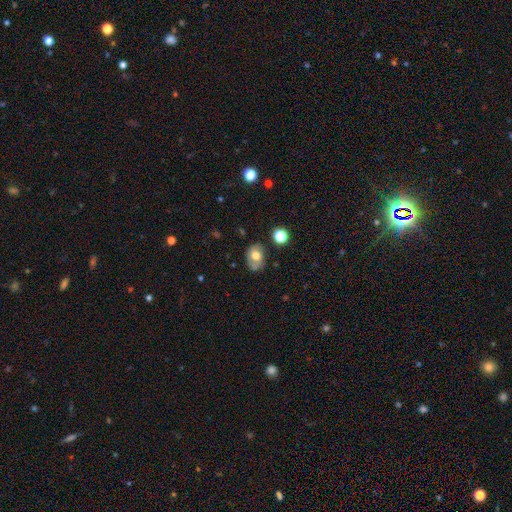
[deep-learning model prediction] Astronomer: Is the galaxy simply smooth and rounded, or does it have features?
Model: smooth — 59%.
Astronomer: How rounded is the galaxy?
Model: in between — 69%.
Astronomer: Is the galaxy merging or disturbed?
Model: none — 65%.